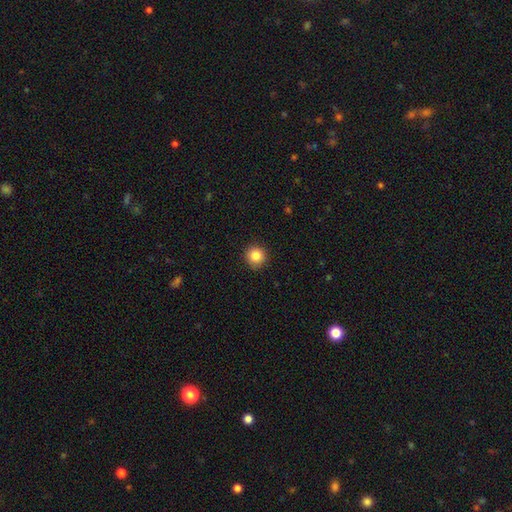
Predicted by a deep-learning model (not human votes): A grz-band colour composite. It shows a smooth galaxy with no disk features (85%) that is round (94%). Merging: none (90%).